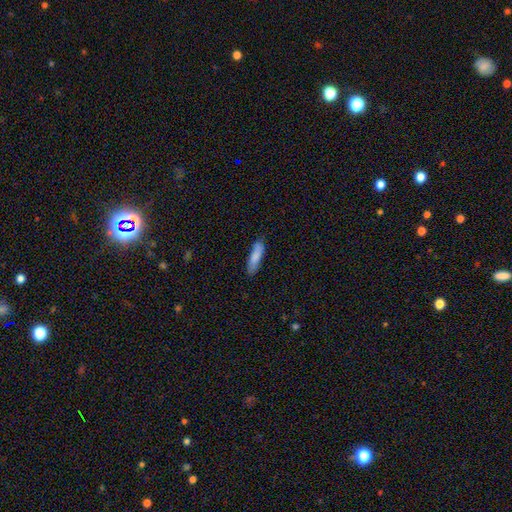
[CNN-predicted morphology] This appears to be a smooth galaxy with no disk features (83%) that is cigar-shaped (67%). Merging: none (78%).